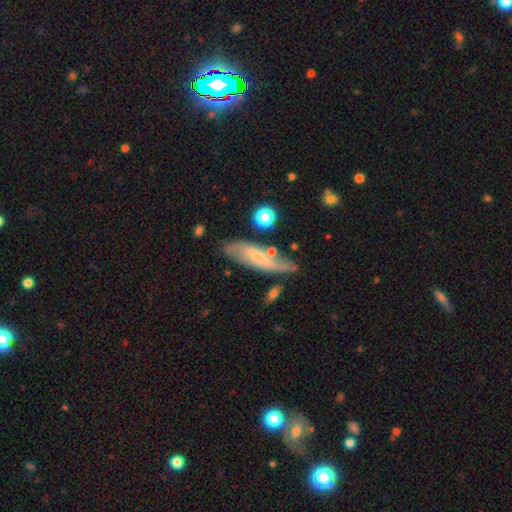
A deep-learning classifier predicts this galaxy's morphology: Q: Smooth or featured?
A: featured or disk (58%); runner-up: smooth (33%)
Q: Edge-on disk?
A: no (64%); runner-up: yes (36%)
Q: Merging?
A: none (62%); runner-up: minor disturbance (22%)